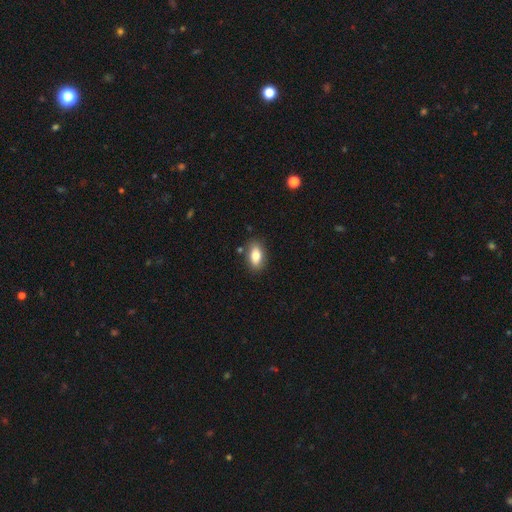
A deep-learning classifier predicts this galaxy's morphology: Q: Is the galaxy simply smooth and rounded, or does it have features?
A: smooth — 80%.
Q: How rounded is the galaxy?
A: in between — 88%.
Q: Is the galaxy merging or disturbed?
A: none — 82%.